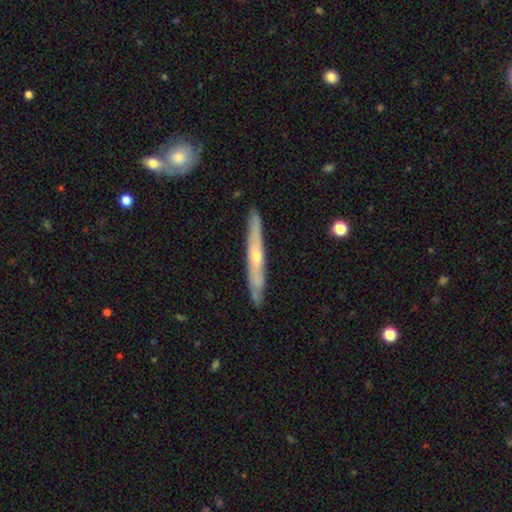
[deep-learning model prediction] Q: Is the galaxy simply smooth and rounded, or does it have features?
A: featured or disk — 67%.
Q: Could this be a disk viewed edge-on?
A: yes — 92%.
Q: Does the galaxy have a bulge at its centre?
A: rounded — 71%.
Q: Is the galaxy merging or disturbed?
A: none — 87%.